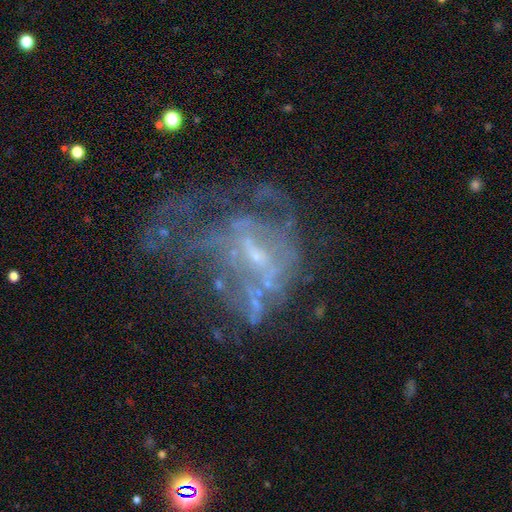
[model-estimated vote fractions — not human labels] Q: Smooth or featured?
A: featured or disk (71%); runner-up: star or artifact (17%)
Q: Edge-on disk?
A: no (97%); runner-up: yes (3%)
Q: Bar?
A: no (51%); runner-up: weak (37%)
Q: Spiral arms?
A: no (59%); runner-up: yes (41%)
Q: Bulge size?
A: small (54%); runner-up: none (22%)
Q: Merging?
A: major disturbance (46%); runner-up: none (30%)